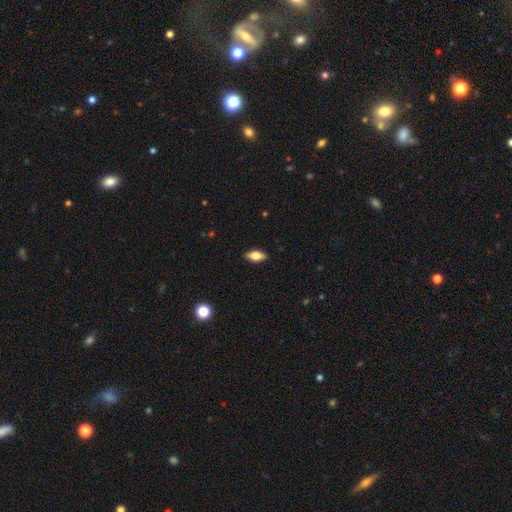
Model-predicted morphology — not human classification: This appears to be a smooth galaxy with no disk features (74%) that is in between round and cigar-shaped (88%). Merging: none (88%).